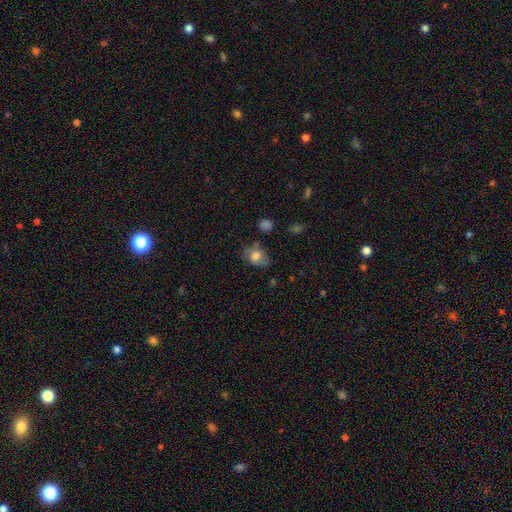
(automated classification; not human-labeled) Smooth or featured? Predicted: smooth (p=0.74). How rounded? Predicted: in between (p=0.66). Merging? Predicted: none (p=0.60).